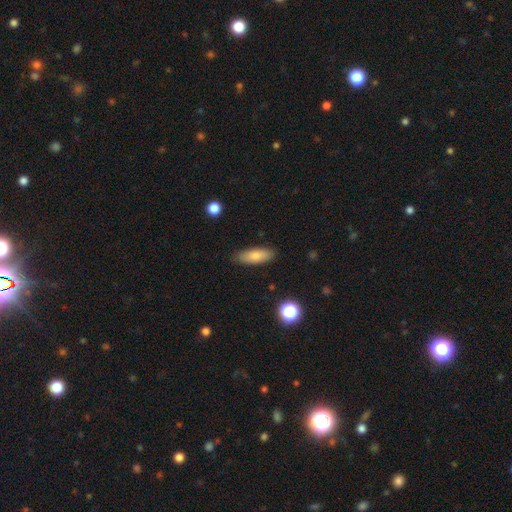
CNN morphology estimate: Smooth or featured? Predicted: smooth (p=0.80). How rounded? Predicted: in between (p=0.67). Merging? Predicted: none (p=0.86).